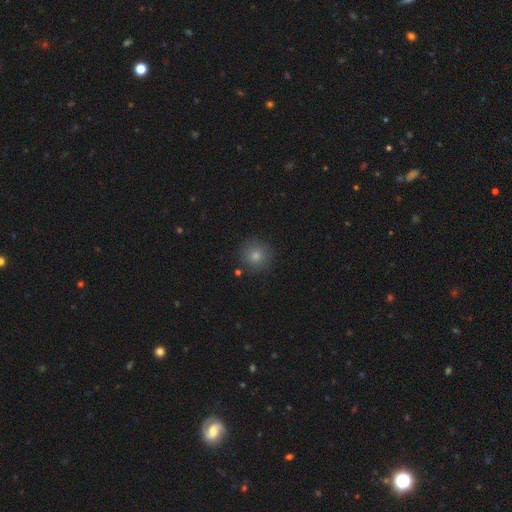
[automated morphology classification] Smooth or featured?
  - smooth: 81% *
  - star or artifact: 11%
  - featured or disk: 8%
How rounded?
  - round: 94% *
  - in between: 5%
  - cigar-shaped: 1%
Merging?
  - none: 86% *
  - minor disturbance: 9%
  - major disturbance: 3%
  - merger: 2%